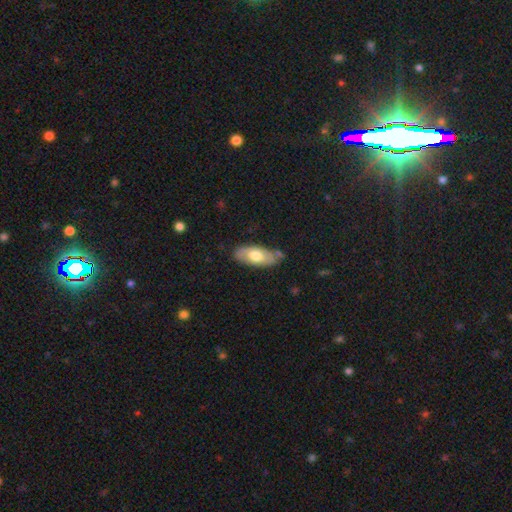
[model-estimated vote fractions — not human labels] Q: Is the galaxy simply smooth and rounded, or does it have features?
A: smooth — 64%.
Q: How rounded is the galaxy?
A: in between — 86%.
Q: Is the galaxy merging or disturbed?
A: none — 71%.